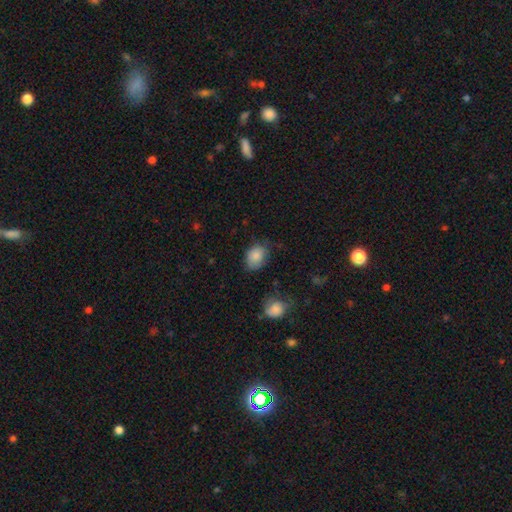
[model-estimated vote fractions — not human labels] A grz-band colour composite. It shows a smooth galaxy with no disk features (86%) that is in between round and cigar-shaped (68%). Merging: none (64%).